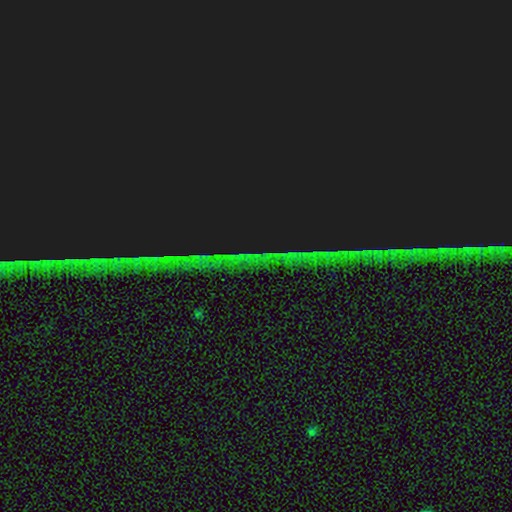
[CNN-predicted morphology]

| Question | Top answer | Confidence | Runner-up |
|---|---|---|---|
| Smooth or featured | star or artifact | 86% | featured or disk (8%) |